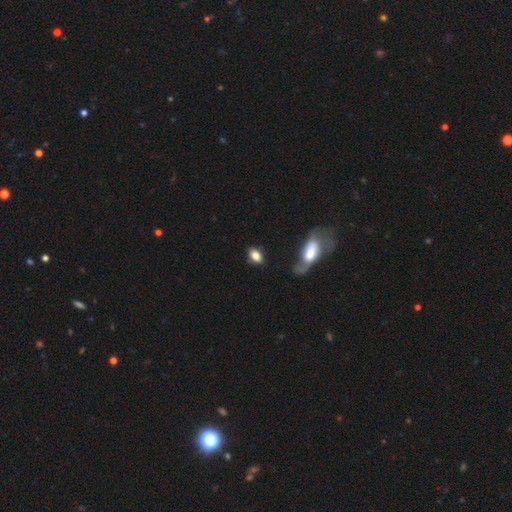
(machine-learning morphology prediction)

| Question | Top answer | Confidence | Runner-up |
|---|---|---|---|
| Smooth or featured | smooth | 82% | featured or disk (10%) |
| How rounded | in between | 84% | round (13%) |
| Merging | none | 74% | minor disturbance (15%) |